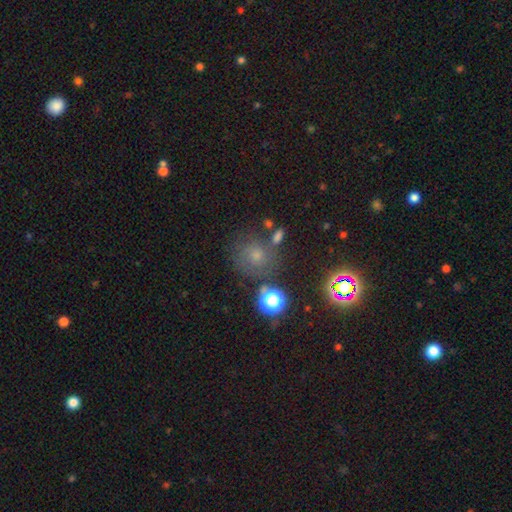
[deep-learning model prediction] The model was most divided on "smooth or featured": smooth: 47%, star or artifact: 36%, featured or disk: 17%. More confident: merging — none (69%).